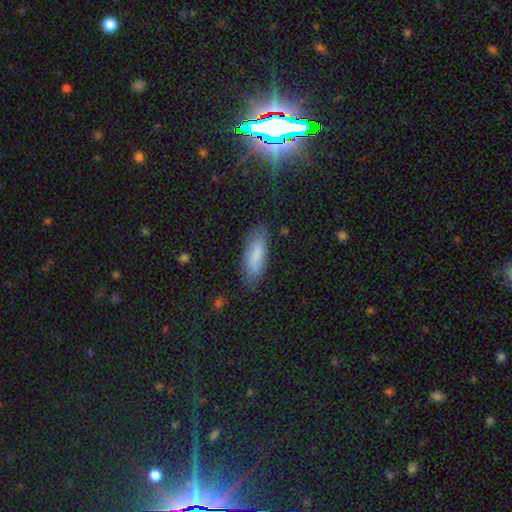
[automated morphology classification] smooth-or-featured: smooth: 78% | featured or disk: 14% | star or artifact: 8%
  how-rounded: in between: 71% | cigar-shaped: 27% | round: 2%
  merging: none: 76% | minor disturbance: 18% | major disturbance: 4% | merger: 2%